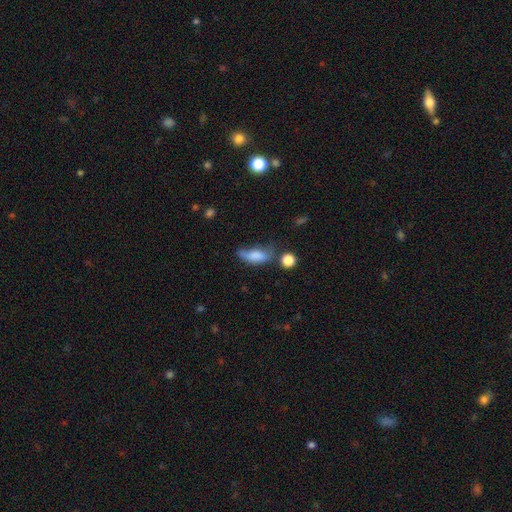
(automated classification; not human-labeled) Smooth or featured?
  - smooth: 75% *
  - featured or disk: 16%
  - star or artifact: 10%
How rounded?
  - in between: 75% *
  - cigar-shaped: 20%
  - round: 5%
Merging?
  - minor disturbance: 32% * (tied)
  - none: 32% * (tied)
  - major disturbance: 24%
  - merger: 12%